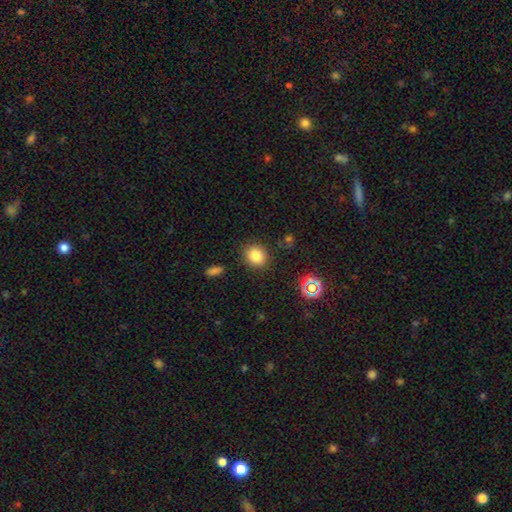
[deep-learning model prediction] A smooth galaxy with no disk features (81%) that is round (72%). Merging: none (87%).